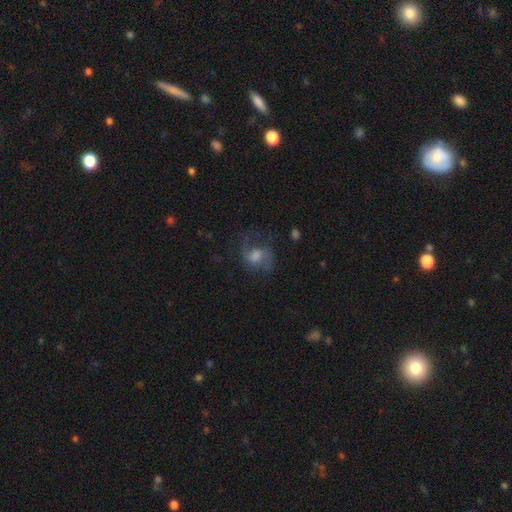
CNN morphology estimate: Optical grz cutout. It shows a featured or disk galaxy (62%) with no bar (47%), 2 (80%) medium (46%) spiral arms (88%) and a moderate central bulge (43%). Merging: none (63%).